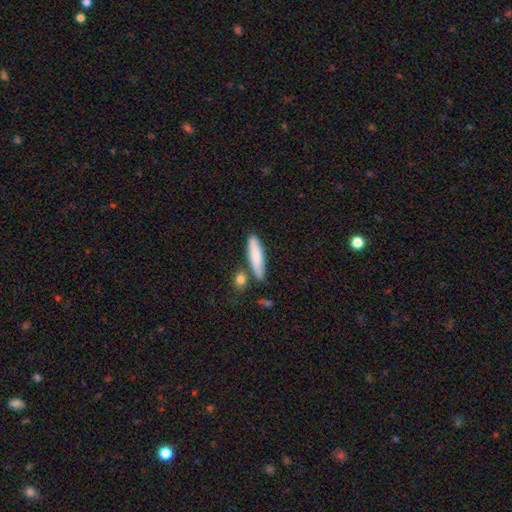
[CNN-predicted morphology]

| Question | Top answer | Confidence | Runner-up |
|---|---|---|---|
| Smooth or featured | smooth | 81% | featured or disk (13%) |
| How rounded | cigar-shaped | 75% | in between (23%) |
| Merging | none | 73% | minor disturbance (15%) |